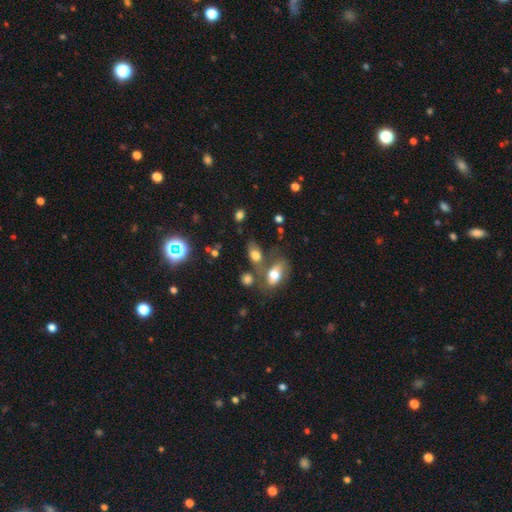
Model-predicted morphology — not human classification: This is likely a smooth galaxy (72%). How rounded: clearly in between (86%). Merging: possibly none (45%).